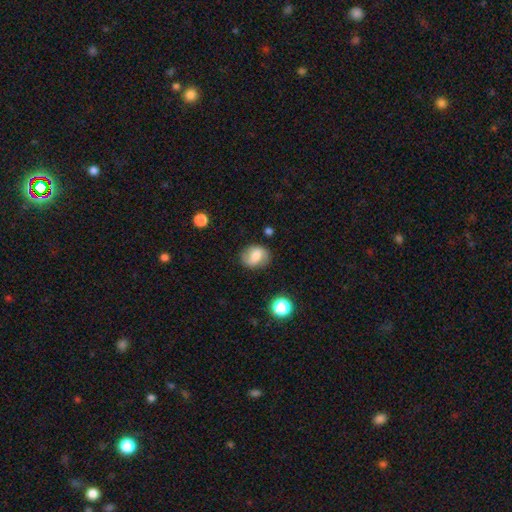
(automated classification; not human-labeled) Overall: smooth (66%). How rounded: round (52%; in between 47%). Merging: none (76%).